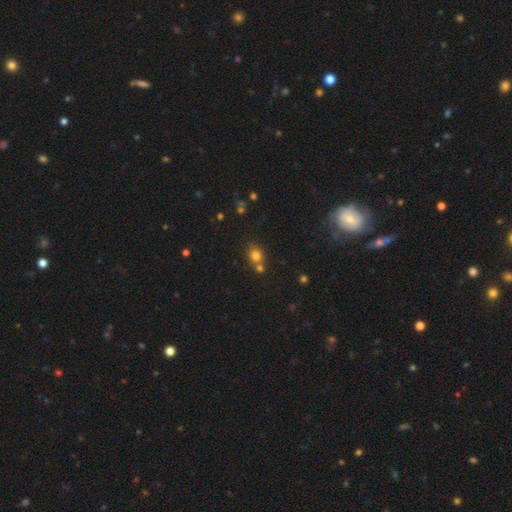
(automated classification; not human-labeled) A smooth galaxy with no disk features (76%) that is round (68%). Merging: none (57%).